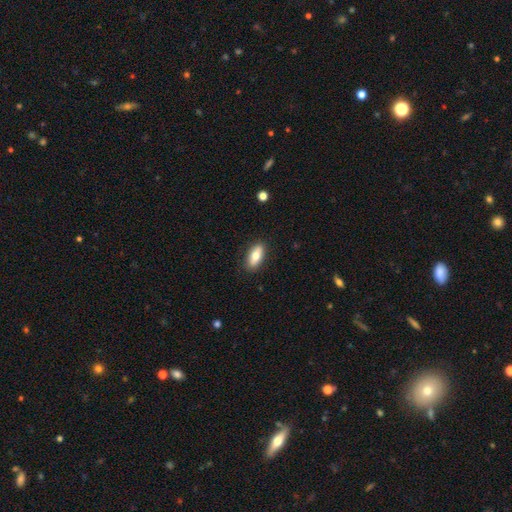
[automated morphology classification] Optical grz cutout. It shows a smooth galaxy with no disk features (73%) that is in between round and cigar-shaped (82%). Merging: none (87%).